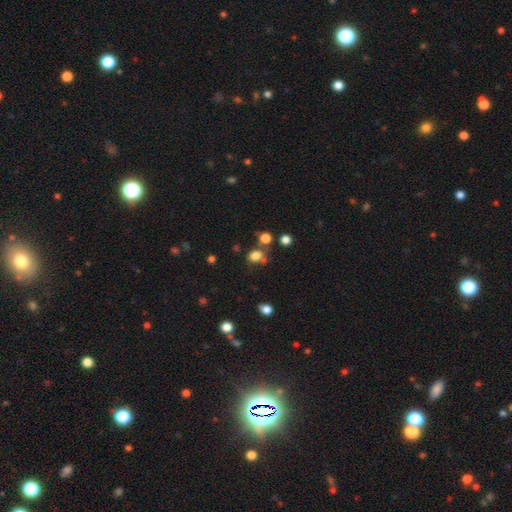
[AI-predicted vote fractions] smooth-or-featured: smooth: 78% | star or artifact: 15% | featured or disk: 7%
  how-rounded: round: 56% | in between: 43% | cigar-shaped: 1%
  merging: none: 56% | minor disturbance: 19% | merger: 15% | major disturbance: 9%